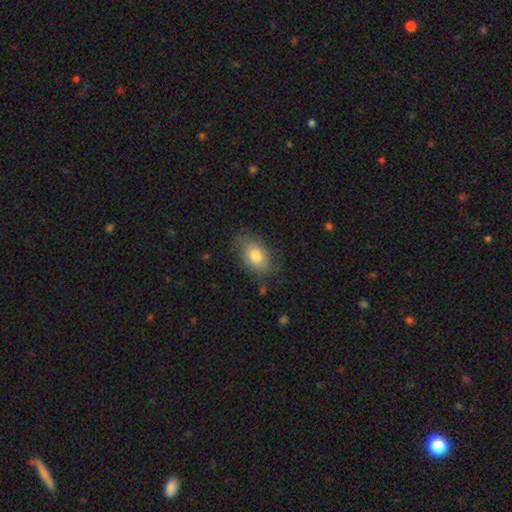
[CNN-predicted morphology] This appears to be a smooth galaxy with no disk features (78%) that is in between round and cigar-shaped (87%). Merging: none (73%).